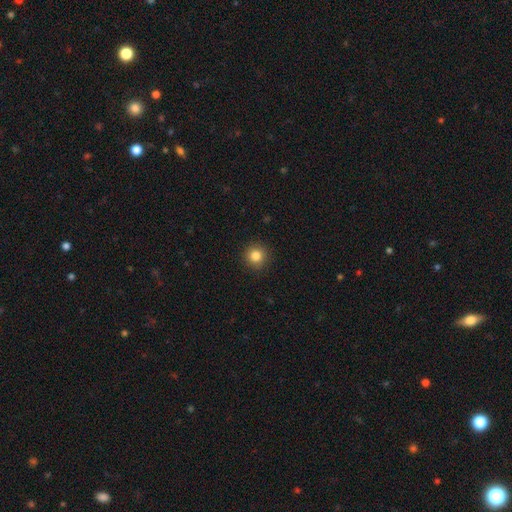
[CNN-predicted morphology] smooth-or-featured: smooth: 83% | star or artifact: 11% | featured or disk: 5%
  how-rounded: round: 94% | in between: 5% | cigar-shaped: 1%
  merging: none: 92% | minor disturbance: 6% | major disturbance: 2% | merger: 1%